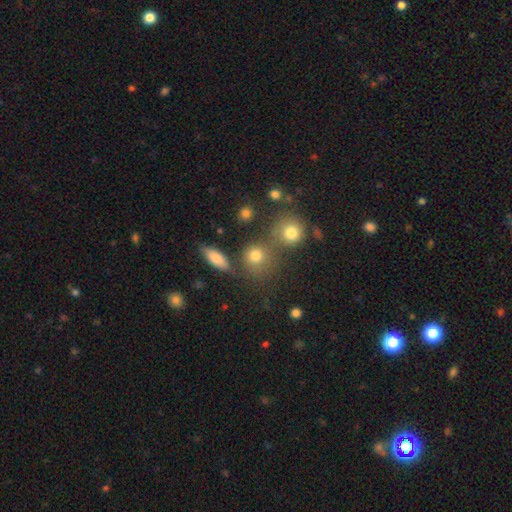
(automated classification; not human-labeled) Smooth or featured? Predicted: smooth (p=0.78). How rounded? Predicted: round (p=0.85). Merging? Predicted: none (p=0.62).